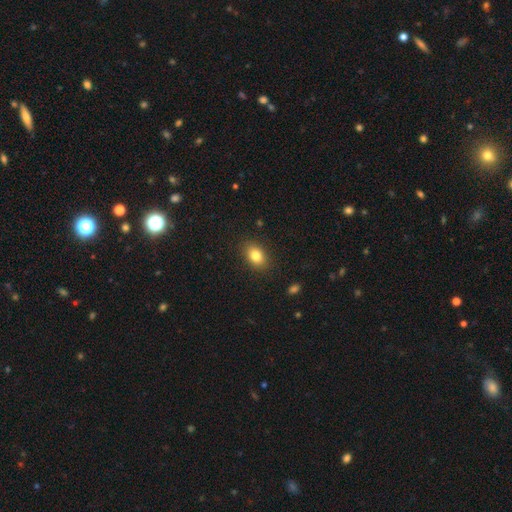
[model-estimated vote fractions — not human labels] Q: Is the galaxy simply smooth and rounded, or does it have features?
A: smooth — 83%.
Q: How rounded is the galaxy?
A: in between — 76%.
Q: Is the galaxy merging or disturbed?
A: none — 87%.